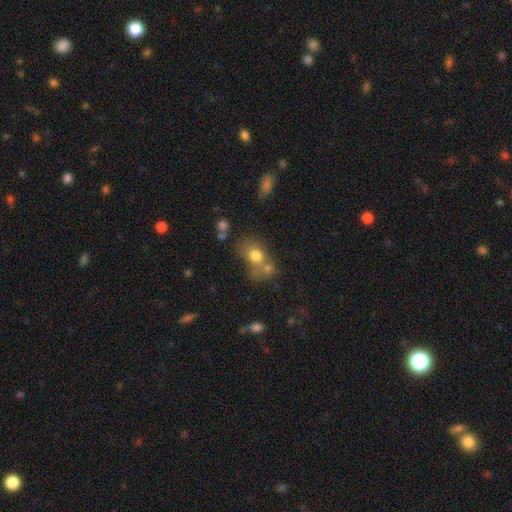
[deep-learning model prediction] Smooth or featured? smooth (74%)
How rounded? in between (58%)
Merging? none (38%)